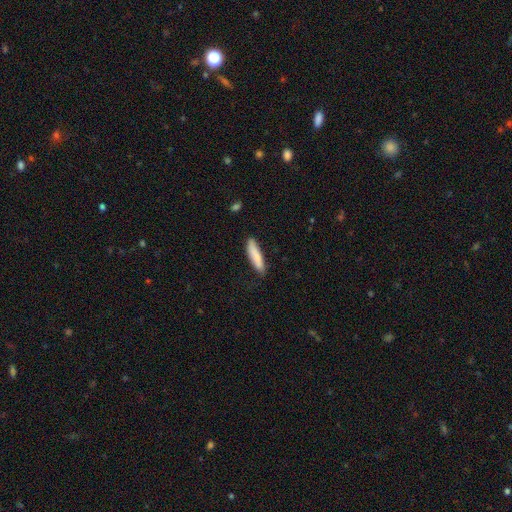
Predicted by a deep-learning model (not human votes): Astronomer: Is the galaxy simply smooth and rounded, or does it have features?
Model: smooth — 83%.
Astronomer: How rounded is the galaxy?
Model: cigar-shaped — 75%.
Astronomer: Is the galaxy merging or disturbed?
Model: none — 74%.